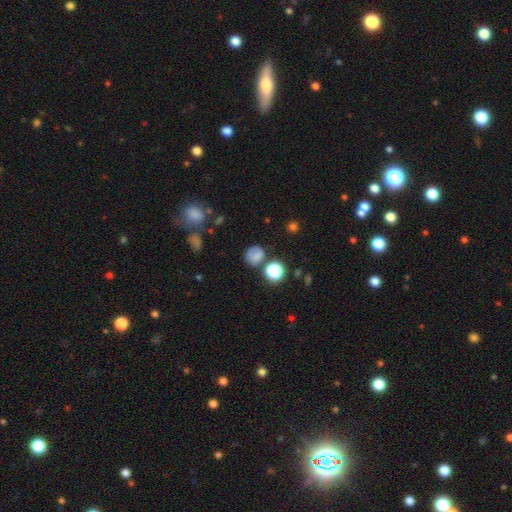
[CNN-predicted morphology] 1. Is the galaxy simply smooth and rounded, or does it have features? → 69% smooth, 20% star or artifact, 11% featured or disk.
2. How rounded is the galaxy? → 74% round, 25% in between, 1% cigar-shaped.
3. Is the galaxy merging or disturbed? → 67% none, 17% minor disturbance, 9% merger, 7% major disturbance.